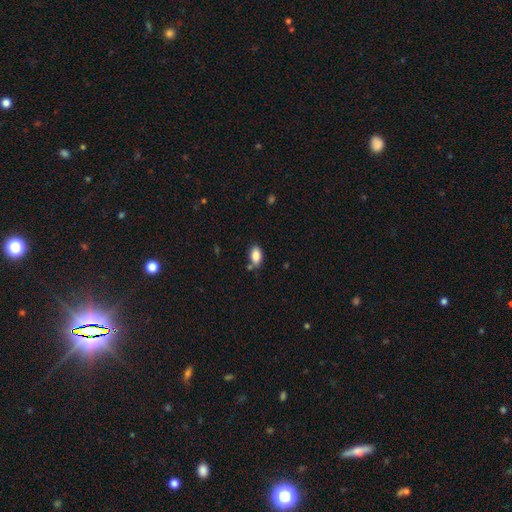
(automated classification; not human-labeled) smooth-or-featured: smooth: 86% | star or artifact: 8% | featured or disk: 6%
  how-rounded: in between: 91% | round: 6% | cigar-shaped: 3%
  merging: none: 71% | minor disturbance: 17% | merger: 8% | major disturbance: 3%